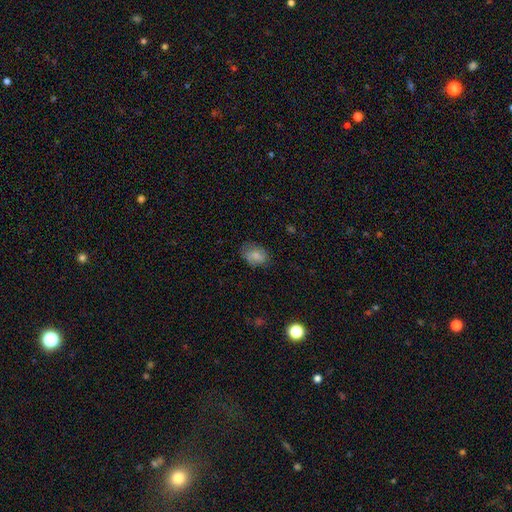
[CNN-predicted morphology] Smooth or featured: smooth — 74% (featured or disk — 17%)
How rounded: in between — 78% (round — 21%)
Merging: none — 67% (minor disturbance — 24%)